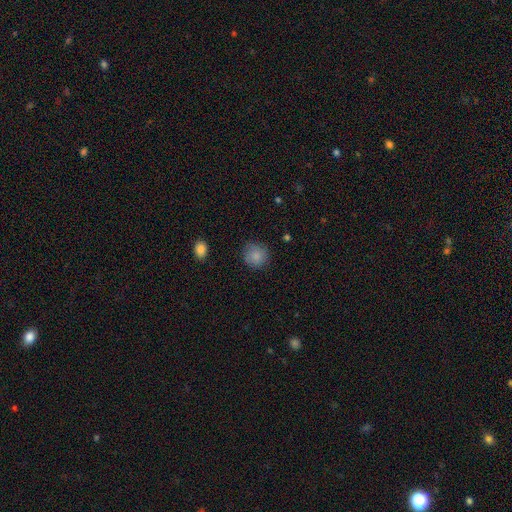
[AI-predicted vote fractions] A smooth galaxy with no disk features (85%) that is round (89%).

Vote fractions:
- Smooth or featured? smooth: 85% / star or artifact: 8% / featured or disk: 6%
- How rounded? round: 89% / in between: 10% / cigar-shaped: 1%
- Merging? none: 79% / minor disturbance: 15% / major disturbance: 4% / merger: 1%